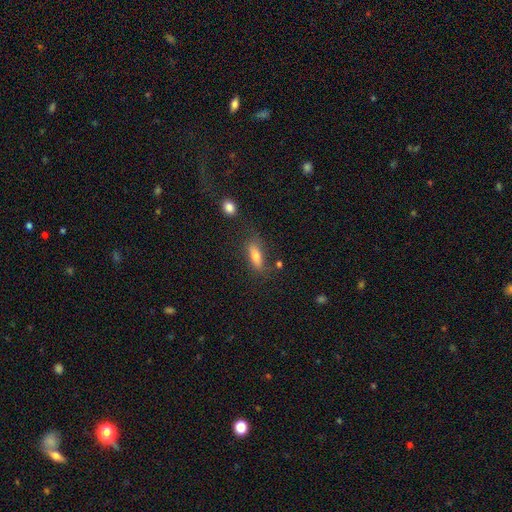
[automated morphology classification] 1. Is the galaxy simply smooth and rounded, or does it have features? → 70% smooth, 20% featured or disk, 10% star or artifact.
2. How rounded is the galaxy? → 57% in between, 39% cigar-shaped, 4% round.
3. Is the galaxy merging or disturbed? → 68% none, 19% minor disturbance, 8% major disturbance, 5% merger.